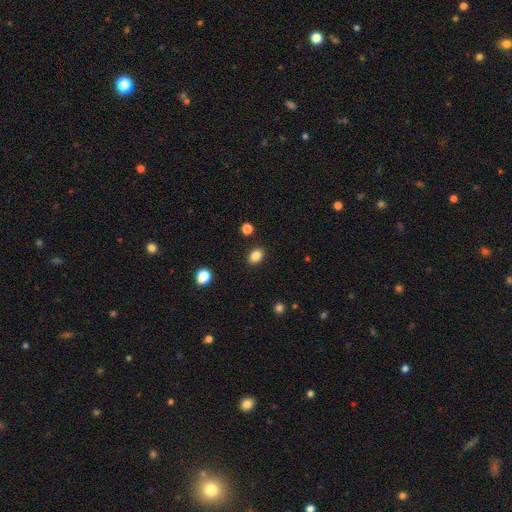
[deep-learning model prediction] Q: Smooth or featured?
A: smooth (85%); runner-up: star or artifact (11%)
Q: How rounded?
A: in between (65%); runner-up: round (34%)
Q: Merging?
A: none (88%); runner-up: minor disturbance (8%)